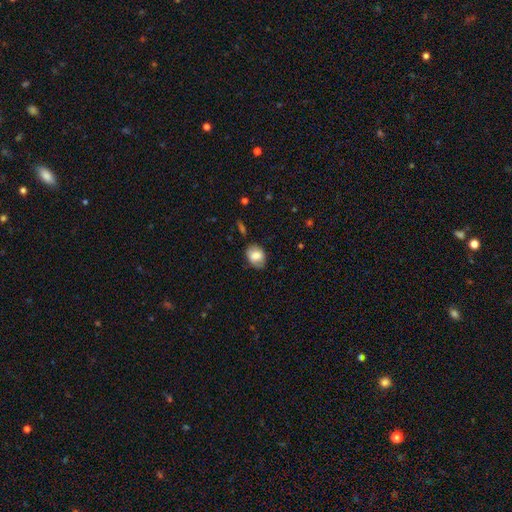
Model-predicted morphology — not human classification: Overall: smooth (77%). How rounded: in between (69%; round 30%). Merging: none (76%).